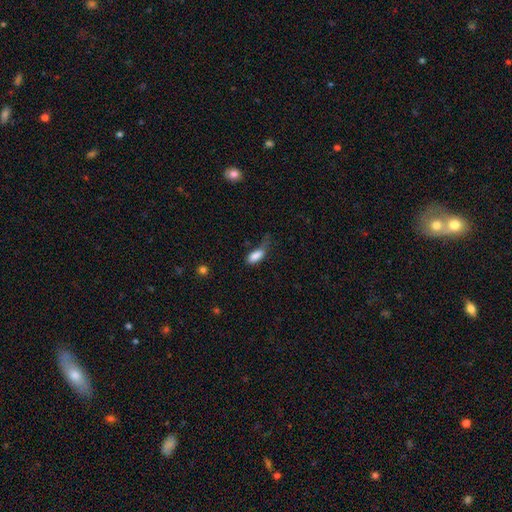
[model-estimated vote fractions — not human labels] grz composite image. It shows a smooth galaxy with no disk features (84%) that is in between round and cigar-shaped (85%). Merging: minor disturbance (33%).